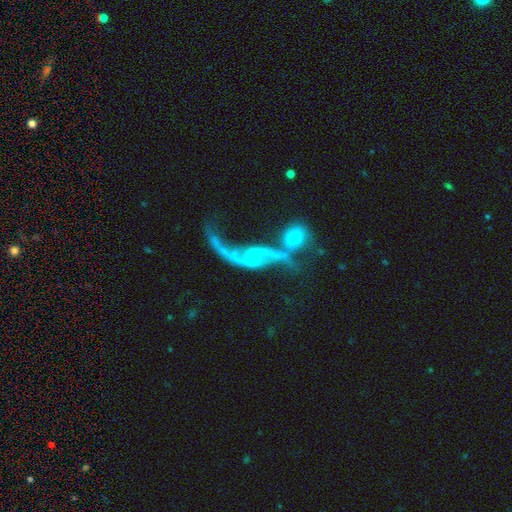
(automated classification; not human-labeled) smooth_or_featured: featured or disk (p=0.82) [alt: smooth p=0.10]
disk_edge_on: no (p=0.92) [alt: yes p=0.08]
bar: no (p=0.56) [alt: weak p=0.32]
has_spiral_arms: yes (p=0.86) [alt: no p=0.14]
spiral_winding: loose (p=0.87) [alt: medium p=0.10]
spiral_arm_count: 2 (p=0.80) [alt: 1 p=0.11]
bulge_size: small (p=0.62) [alt: none p=0.20]
merging: merger (p=0.43) [alt: none p=0.25]